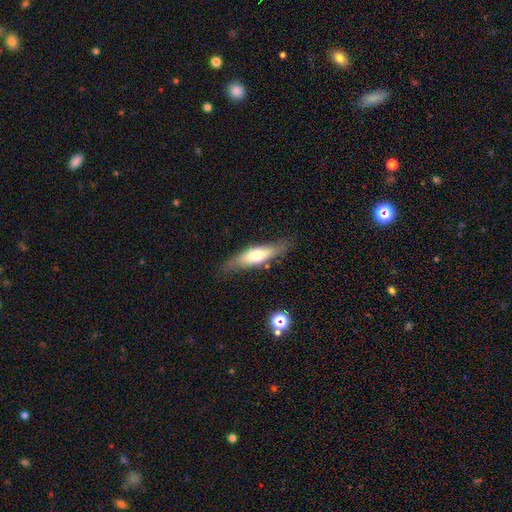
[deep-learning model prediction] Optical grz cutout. It shows a smooth galaxy with no disk features (47%). Merging: none (80%).